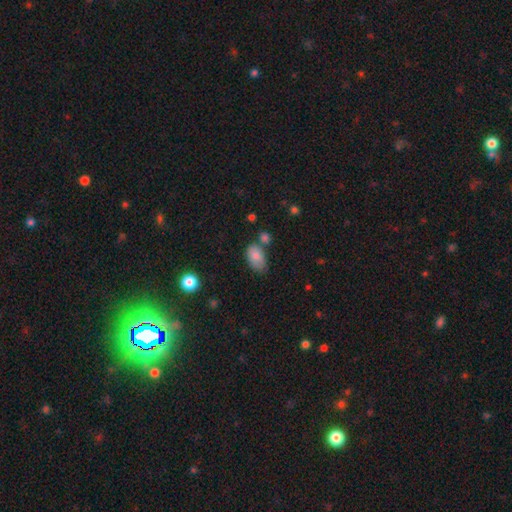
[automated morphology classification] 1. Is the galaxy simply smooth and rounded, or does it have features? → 80% smooth, 12% featured or disk, 8% star or artifact.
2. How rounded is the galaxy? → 92% in between, 6% round, 2% cigar-shaped.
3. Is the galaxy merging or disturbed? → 51% none, 28% minor disturbance, 14% merger, 7% major disturbance.